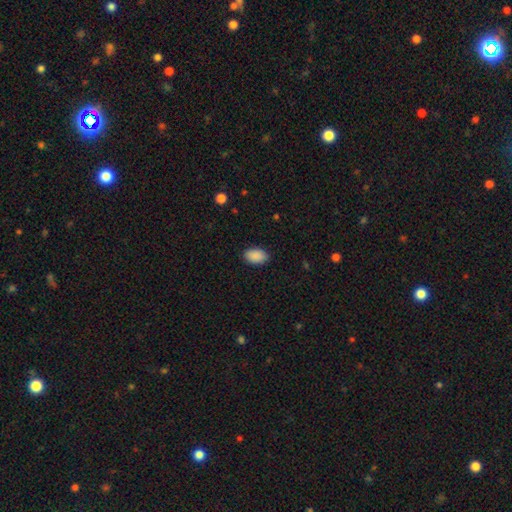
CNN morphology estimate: A smooth galaxy with no disk features (90%) that is in between round and cigar-shaped (92%). Merging: none (88%).